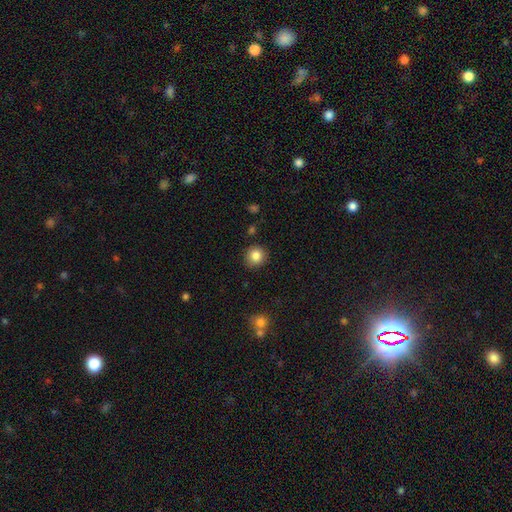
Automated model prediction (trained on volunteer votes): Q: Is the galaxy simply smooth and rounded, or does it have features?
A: smooth — 84%.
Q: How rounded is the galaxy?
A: round — 88%.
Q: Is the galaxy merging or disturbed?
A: none — 88%.